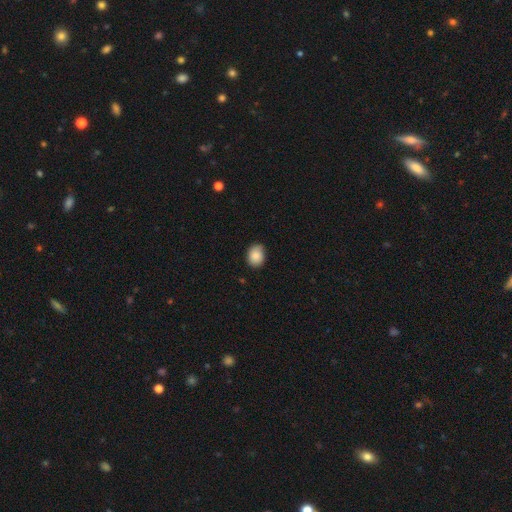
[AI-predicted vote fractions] smooth 86%, star or artifact 8%, featured or disk 6%. Down the decision tree: how rounded — in between (54%); merging — none (79%).